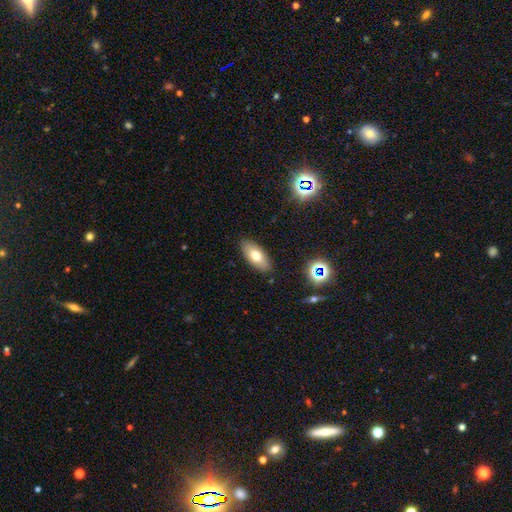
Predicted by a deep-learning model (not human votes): smooth-or-featured: smooth: 71% | featured or disk: 20% | star or artifact: 9%
  how-rounded: in between: 87% | cigar-shaped: 10% | round: 3%
  merging: none: 88% | minor disturbance: 9% | major disturbance: 2% | merger: 1%